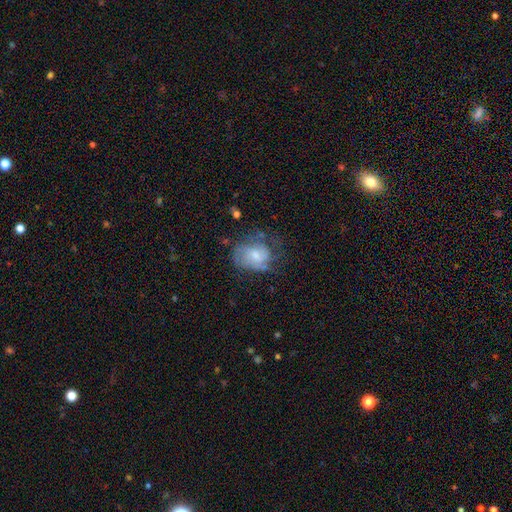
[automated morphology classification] featured or disk 50%, smooth 42%, star or artifact 8%. Down the decision tree: merging — none (39%).